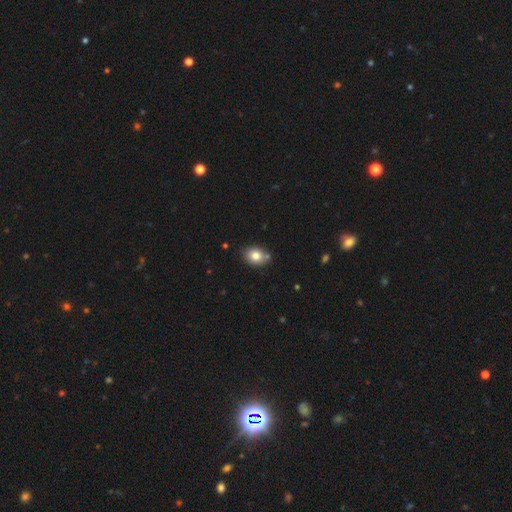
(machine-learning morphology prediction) A smooth galaxy with no disk features (80%) that is in between round and cigar-shaped (59%).

Vote fractions:
- Smooth or featured? smooth: 80% / featured or disk: 10% / star or artifact: 9%
- How rounded? in between: 59% / round: 39% / cigar-shaped: 1%
- Merging? none: 76% / minor disturbance: 14% / merger: 8% / major disturbance: 3%